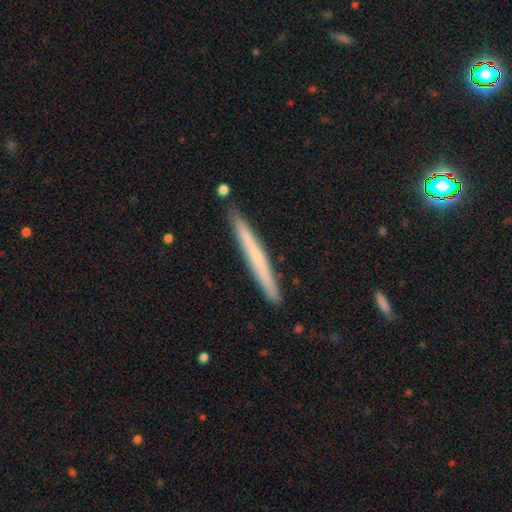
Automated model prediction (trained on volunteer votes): A smooth galaxy with no disk features (54%) that is cigar-shaped (97%).

Vote fractions:
- Smooth or featured? smooth: 54% / featured or disk: 40% / star or artifact: 6%
- How rounded? cigar-shaped: 97% / in between: 2% / round: 1%
- Merging? none: 89% / minor disturbance: 8% / merger: 2% / major disturbance: 1%